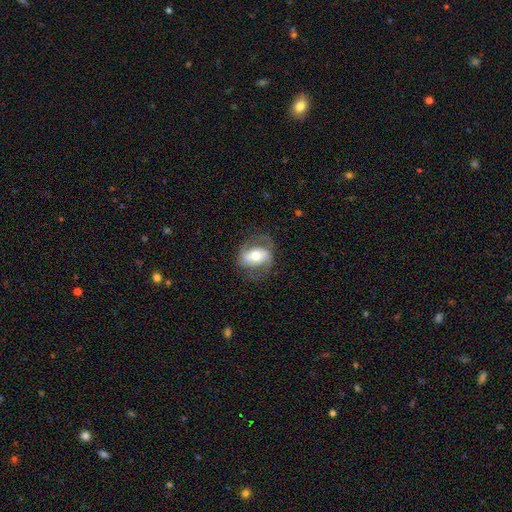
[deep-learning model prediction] smooth_or_featured: featured or disk (p=0.64) [alt: smooth p=0.29]
disk_edge_on: no (p=0.94) [alt: yes p=0.06]
bar: no (p=0.35) [alt: strong p=0.33]
has_spiral_arms: yes (p=0.76) [alt: no p=0.24]
bulge_size: moderate (p=0.68) [alt: small p=0.16]
merging: none (p=0.66) [alt: minor disturbance p=0.19]